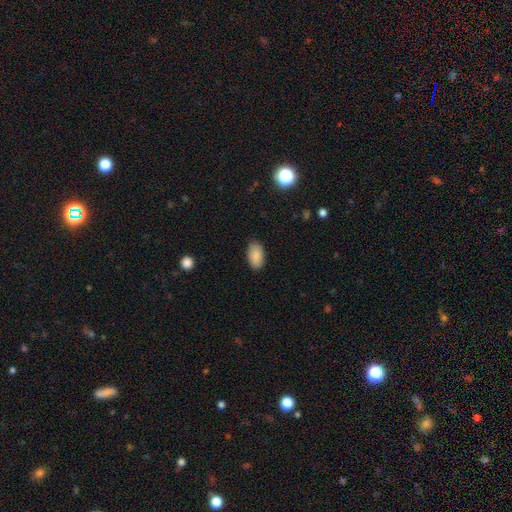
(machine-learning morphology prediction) type=smooth (88%); roundness=in between (94%); merging=none (85%).